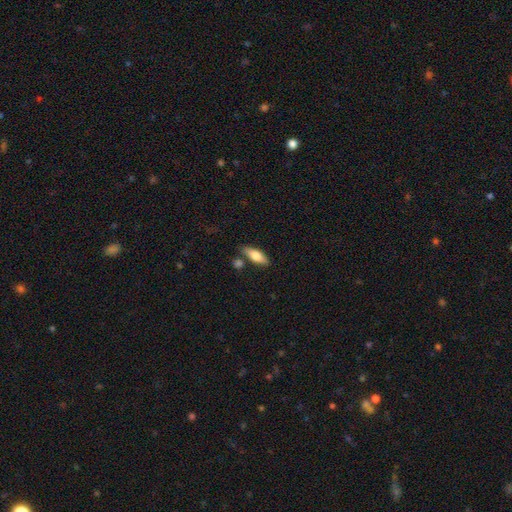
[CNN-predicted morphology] Smooth or featured? smooth (75%)
How rounded? in between (71%)
Merging? none (75%)